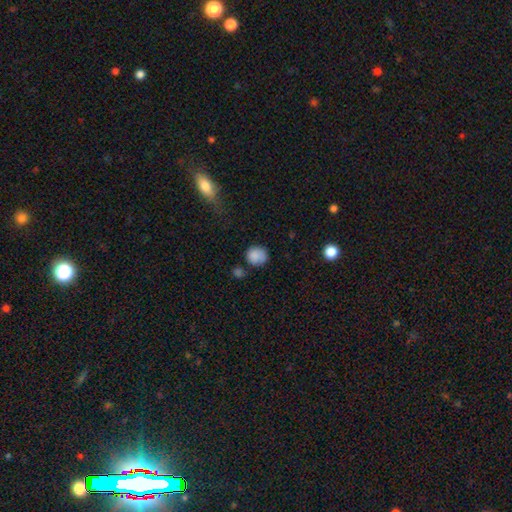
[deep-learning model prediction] Morphology: type=smooth (85%); roundness=round (81%); merging=none (66%).